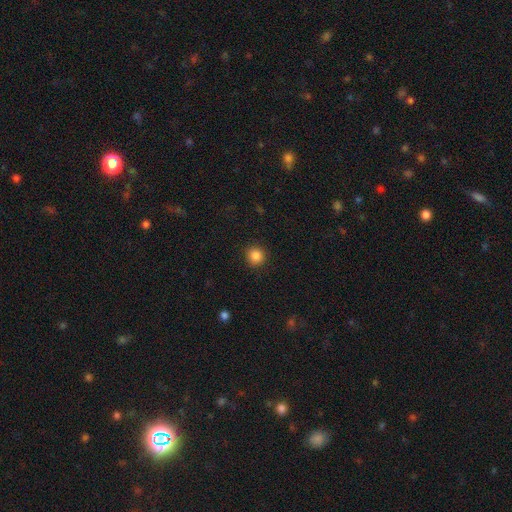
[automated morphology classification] type=smooth (86%); roundness=round (94%); merging=none (91%).